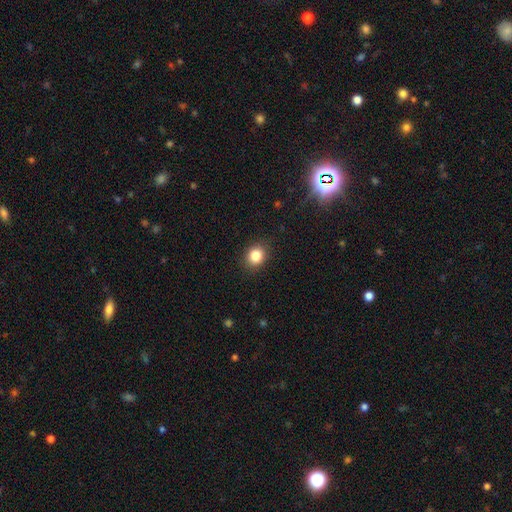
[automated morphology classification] A smooth galaxy with no disk features (84%) that is round (63%).

Vote fractions:
- Smooth or featured? smooth: 84% / star or artifact: 11% / featured or disk: 5%
- How rounded? round: 63% / in between: 36% / cigar-shaped: 1%
- Merging? none: 87% / minor disturbance: 9% / major disturbance: 3% / merger: 1%